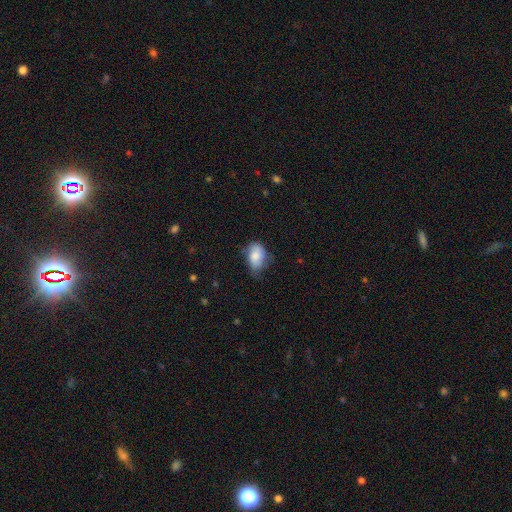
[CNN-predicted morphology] Smooth or featured? Predicted: smooth (p=0.78). How rounded? Predicted: in between (p=0.84). Merging? Predicted: none (p=0.46).